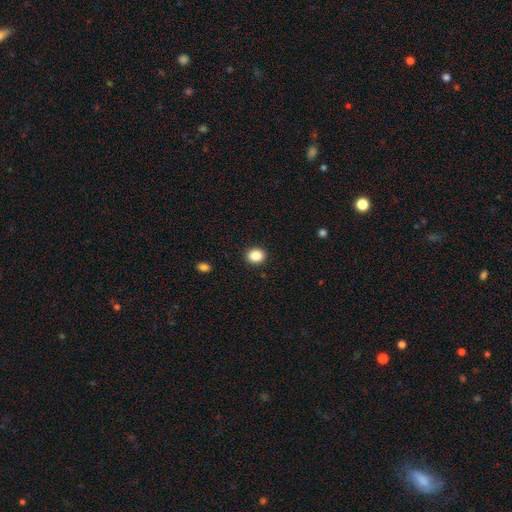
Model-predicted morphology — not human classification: Overall: smooth (87%). How rounded: round (69%; in between 30%). Merging: none (91%).